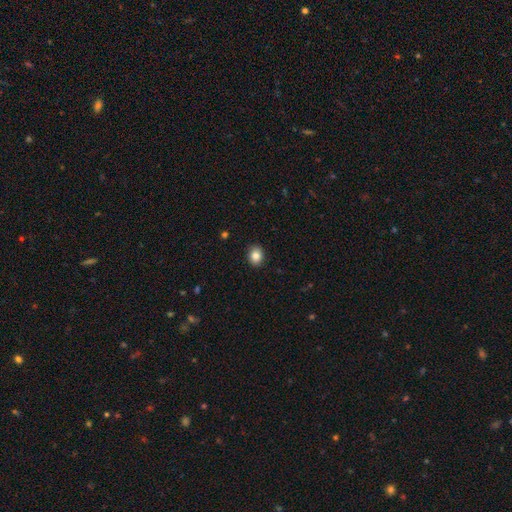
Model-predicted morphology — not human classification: Overall: smooth (84%). How rounded: round (55%; in between 44%). Merging: none (90%).